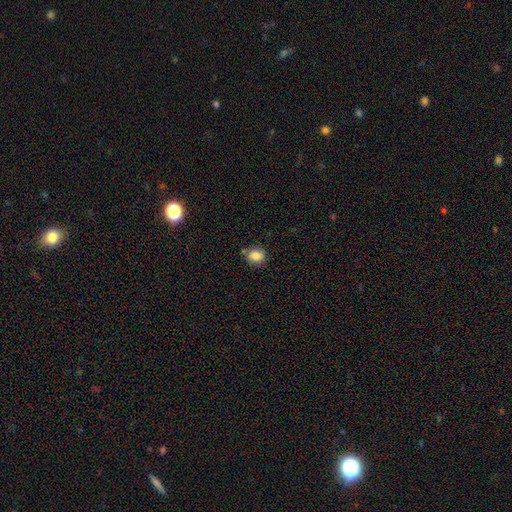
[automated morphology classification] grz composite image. It shows a smooth galaxy with no disk features (84%) that is round (60%). Merging: none (70%).